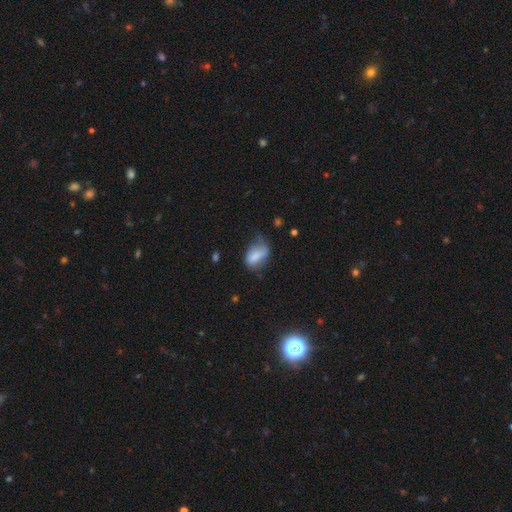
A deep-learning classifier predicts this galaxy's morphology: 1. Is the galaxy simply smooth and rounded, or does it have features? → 68% smooth, 23% featured or disk, 9% star or artifact.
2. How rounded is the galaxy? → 86% in between, 10% round, 4% cigar-shaped.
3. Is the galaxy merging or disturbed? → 37% minor disturbance, 33% none, 26% major disturbance, 4% merger.